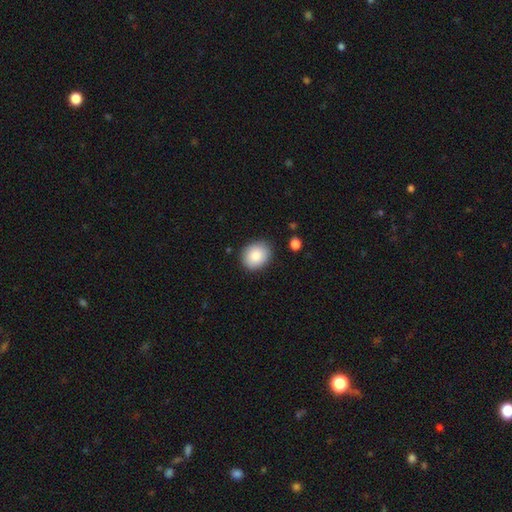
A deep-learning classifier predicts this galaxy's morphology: Overall: smooth (86%). How rounded: round (59%; in between 40%). Merging: none (86%).